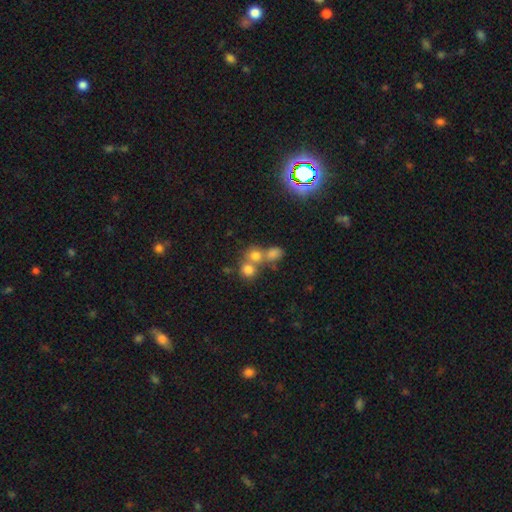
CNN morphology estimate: smooth-or-featured: smooth: 72% | star or artifact: 16% | featured or disk: 12%
  how-rounded: round: 79% | in between: 20% | cigar-shaped: 1%
  merging: merger: 49% | none: 40% | minor disturbance: 7% | major disturbance: 4%